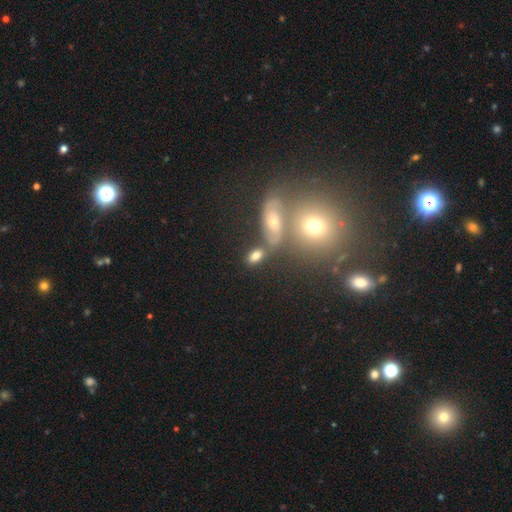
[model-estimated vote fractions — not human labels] This is likely a smooth galaxy (73%). How rounded: clearly in between (84%). Merging: possibly none (58%).